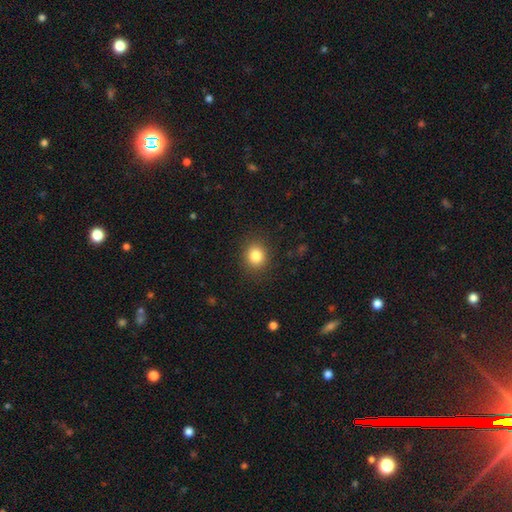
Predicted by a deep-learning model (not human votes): Smooth or featured? smooth (83%)
How rounded? round (81%)
Merging? none (88%)